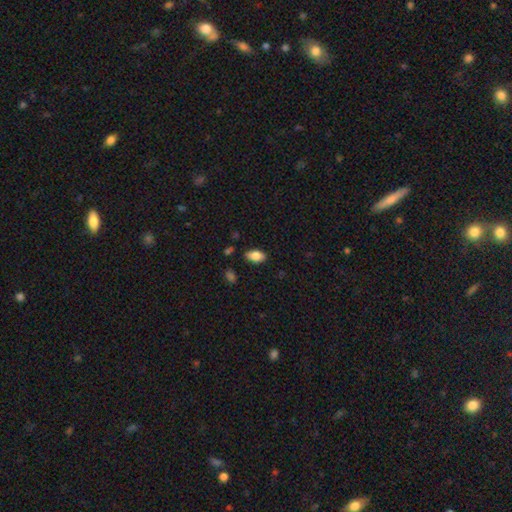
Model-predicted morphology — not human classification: Overall: smooth (85%). How rounded: in between (93%). Merging: none (83%).